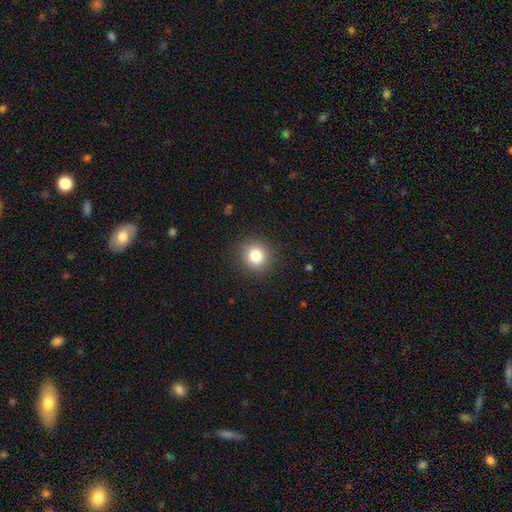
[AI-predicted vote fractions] Morphology: type=smooth (82%); roundness=round (90%); merging=none (91%).